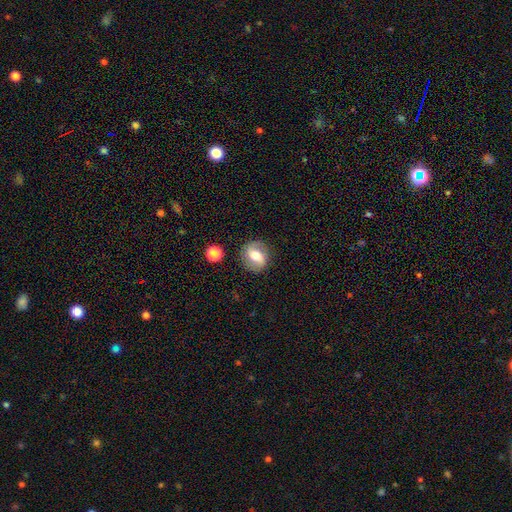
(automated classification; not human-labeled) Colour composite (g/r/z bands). It shows a featured or disk galaxy (54%) with a weak bar (42%), spiral arms (78%) and a moderate central bulge (63%). Merging: none (81%).